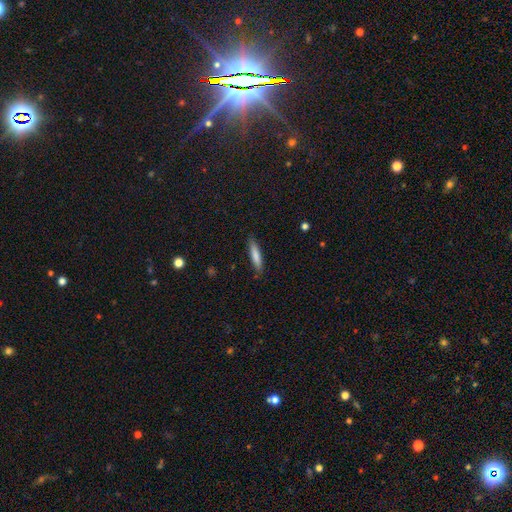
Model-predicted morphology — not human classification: Overall: smooth (79%). How rounded: cigar-shaped (87%). Merging: none (87%).